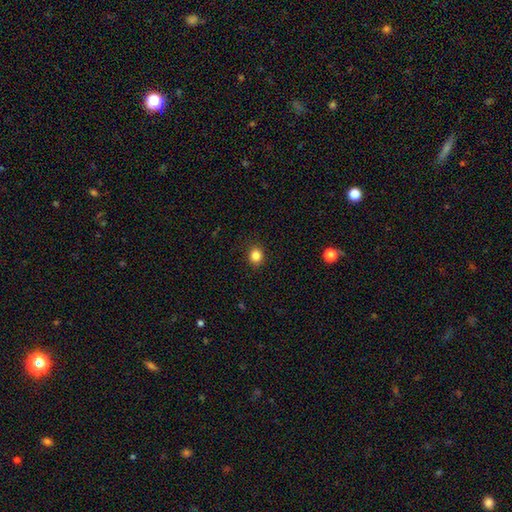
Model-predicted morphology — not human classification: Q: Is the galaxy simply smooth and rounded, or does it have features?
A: smooth — 84%.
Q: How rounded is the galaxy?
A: round — 77%.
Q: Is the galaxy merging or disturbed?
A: none — 90%.